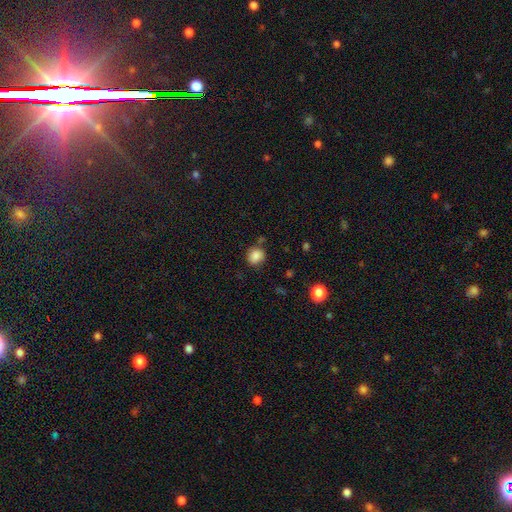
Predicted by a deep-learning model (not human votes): A smooth galaxy with no disk features (86%) that is round (78%).

Vote fractions:
- Smooth or featured? smooth: 86% / star or artifact: 10% / featured or disk: 4%
- How rounded? round: 78% / in between: 21% / cigar-shaped: 1%
- Merging? none: 75% / minor disturbance: 14% / merger: 7% / major disturbance: 4%